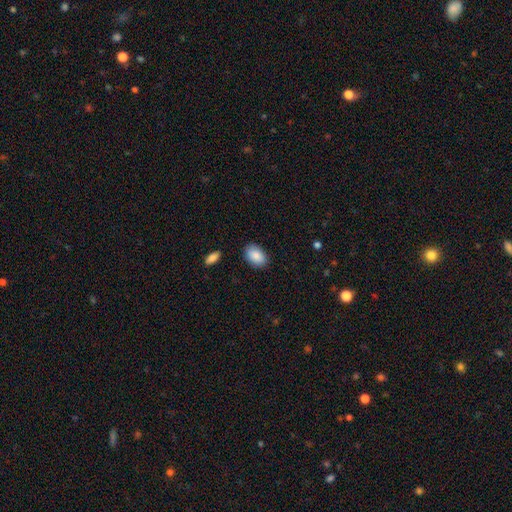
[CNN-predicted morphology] type=smooth (89%); roundness=in between (90%); merging=none (86%).